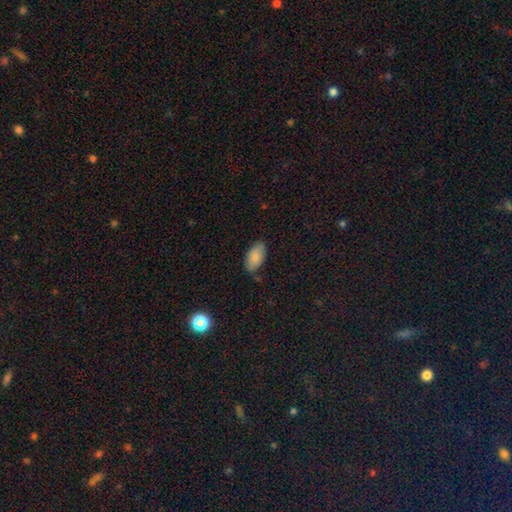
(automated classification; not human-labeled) smooth 83%, featured or disk 10%, star or artifact 7%. Down the decision tree: how rounded — in between (94%); merging — none (71%).